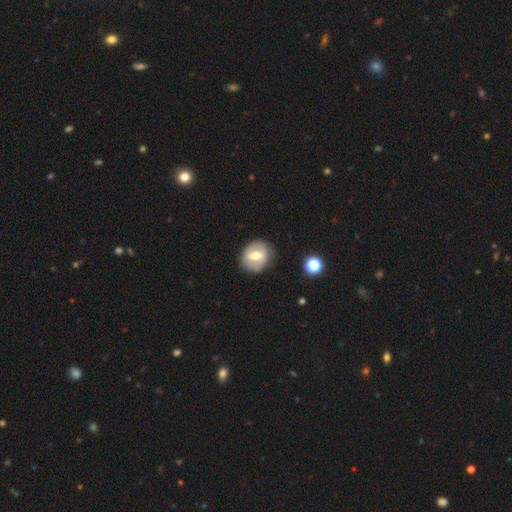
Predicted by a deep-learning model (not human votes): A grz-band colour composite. It shows a featured or disk galaxy (47%). Merging: none (83%).